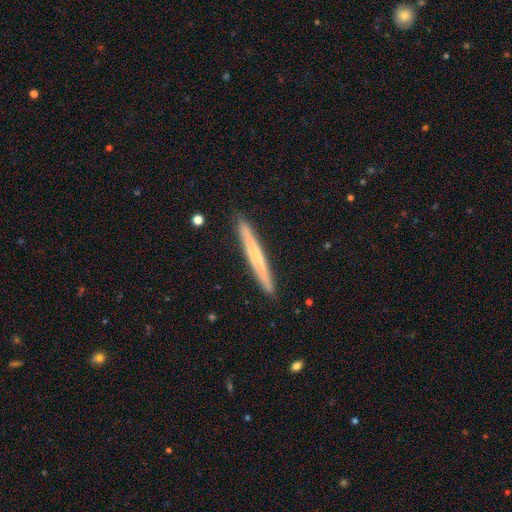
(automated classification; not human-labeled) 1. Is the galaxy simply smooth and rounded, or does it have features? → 57% smooth, 38% featured or disk, 6% star or artifact.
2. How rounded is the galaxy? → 97% cigar-shaped, 2% in between, 1% round.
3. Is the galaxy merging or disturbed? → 91% none, 7% minor disturbance, 1% major disturbance, 1% merger.